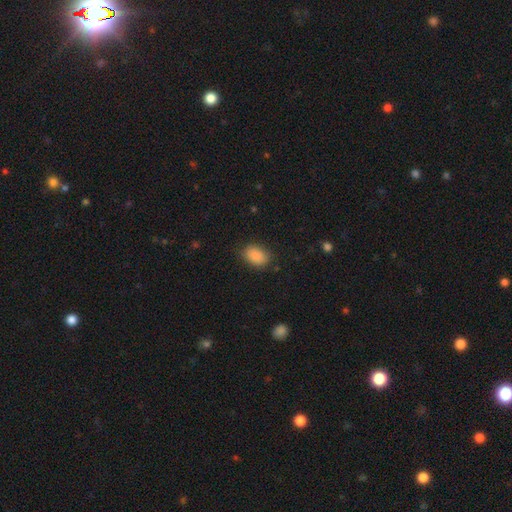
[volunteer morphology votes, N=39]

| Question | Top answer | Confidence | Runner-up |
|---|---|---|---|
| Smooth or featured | smooth | 92% | star or artifact (5%) |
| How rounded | in between | 94% | round (6%) |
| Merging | none | 78% | minor disturbance (14%) |